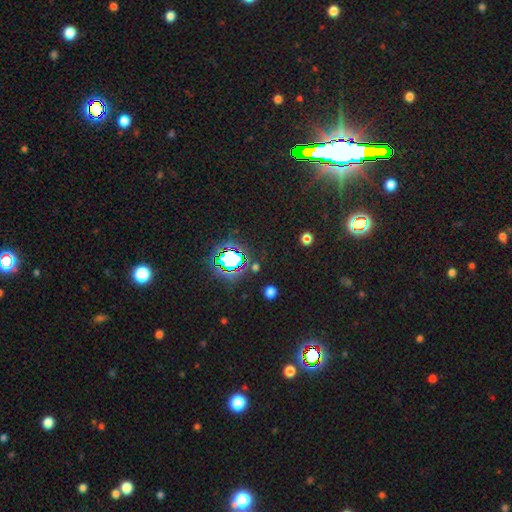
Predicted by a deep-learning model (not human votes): smooth_or_featured: star or artifact (p=0.84) [alt: smooth p=0.09]